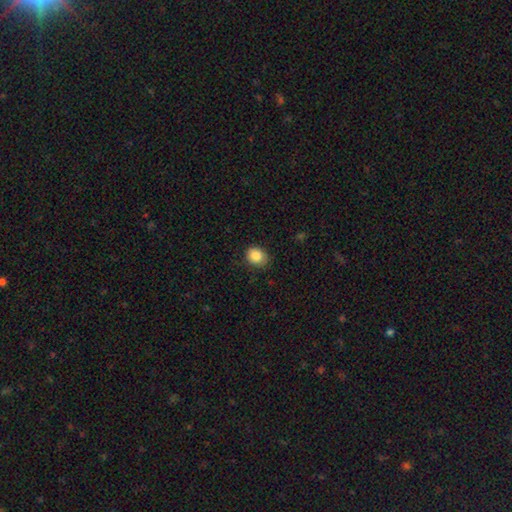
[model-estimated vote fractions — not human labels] A smooth galaxy with no disk features (86%) that is round (60%). Merging: none (79%).